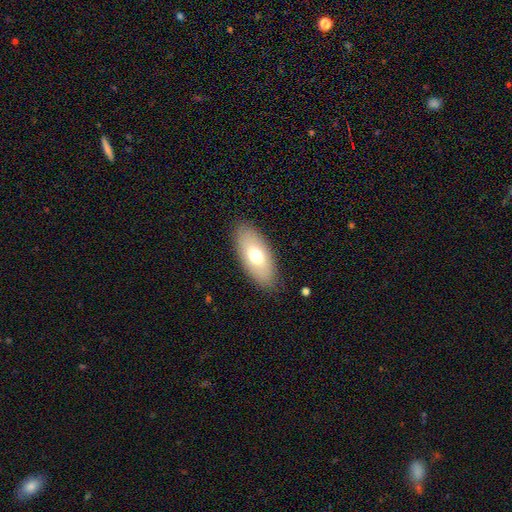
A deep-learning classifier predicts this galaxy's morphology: smooth 68%, featured or disk 25%, star or artifact 7%. Down the decision tree: how rounded — in between (88%); merging — none (85%).